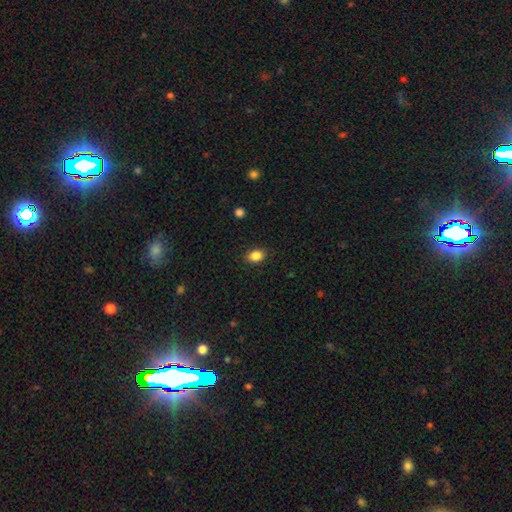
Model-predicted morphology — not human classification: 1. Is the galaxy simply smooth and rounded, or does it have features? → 87% smooth, 9% star or artifact, 4% featured or disk.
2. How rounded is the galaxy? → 72% in between, 27% round, 1% cigar-shaped.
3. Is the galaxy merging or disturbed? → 88% none, 8% minor disturbance, 2% major disturbance, 1% merger.